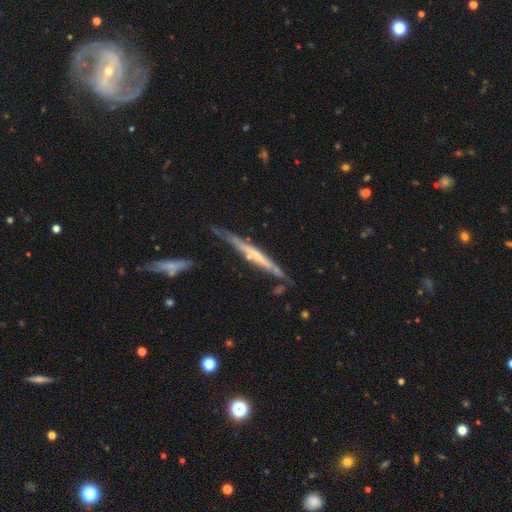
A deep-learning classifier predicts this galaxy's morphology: Smooth or featured?
  - featured or disk: 65% *
  - smooth: 30%
  - star or artifact: 6%
Edge-on disk?
  - yes: 94% *
  - no: 6%
Edge-on bulge?
  - none: 62% *
  - rounded: 24%
  - boxy: 14%
Merging?
  - none: 68% *
  - minor disturbance: 22%
  - major disturbance: 5%
  - merger: 5%